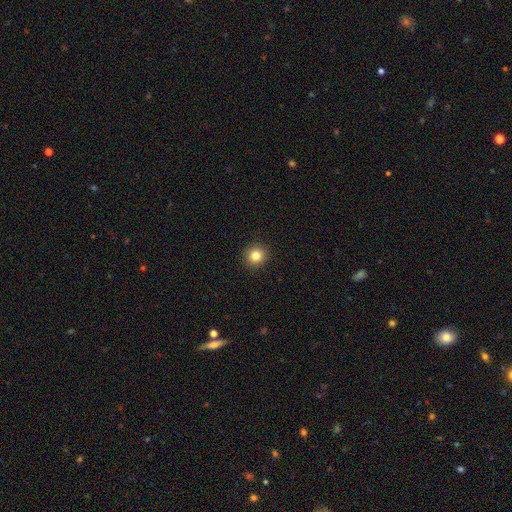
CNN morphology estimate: smooth_or_featured: smooth (p=0.83) [alt: star or artifact p=0.11]
how_rounded: round (p=0.93) [alt: in between p=0.06]
merging: none (p=0.93) [alt: minor disturbance p=0.04]